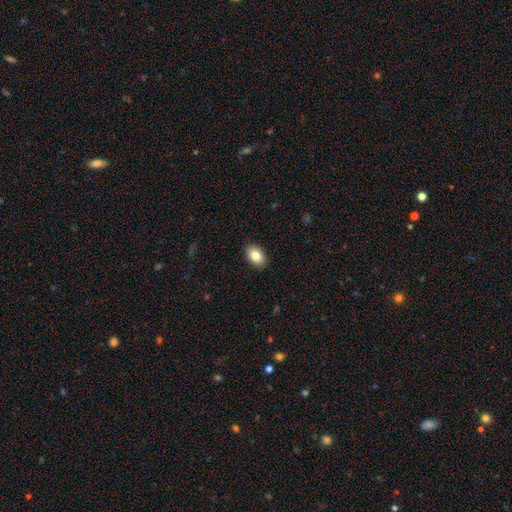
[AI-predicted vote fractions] A smooth galaxy with no disk features (84%) that is in between round and cigar-shaped (86%).

Vote fractions:
- Smooth or featured? smooth: 84% / featured or disk: 9% / star or artifact: 7%
- How rounded? in between: 86% / round: 13% / cigar-shaped: 1%
- Merging? none: 90% / minor disturbance: 7% / major disturbance: 2% / merger: 1%